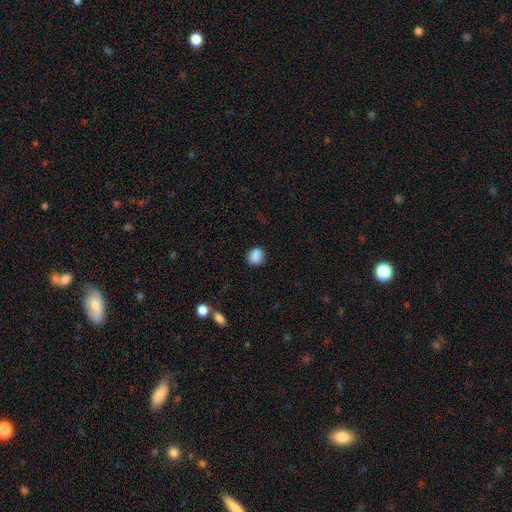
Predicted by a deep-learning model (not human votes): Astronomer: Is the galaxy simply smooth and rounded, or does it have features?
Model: smooth — 88%.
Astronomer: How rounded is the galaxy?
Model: round — 66%.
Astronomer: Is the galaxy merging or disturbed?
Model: none — 85%.